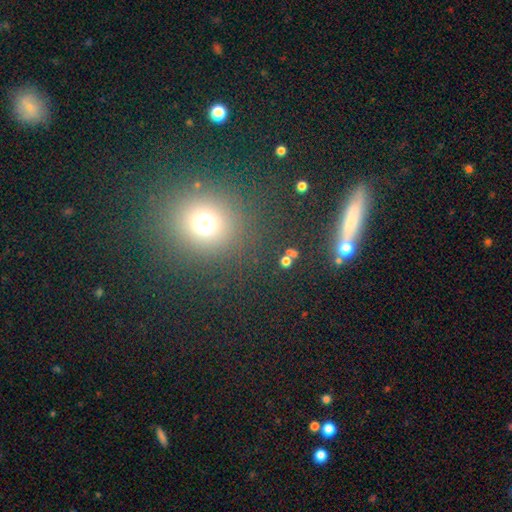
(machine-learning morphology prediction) This is likely a smooth galaxy (62%). How rounded: likely round (80%). Merging: clearly none (87%).